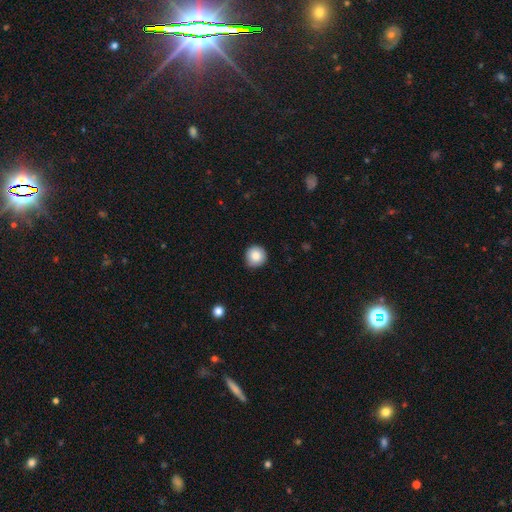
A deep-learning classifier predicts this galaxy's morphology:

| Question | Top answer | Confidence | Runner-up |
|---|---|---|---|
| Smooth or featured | smooth | 84% | star or artifact (8%) |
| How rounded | round | 94% | in between (5%) |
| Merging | none | 87% | minor disturbance (10%) |